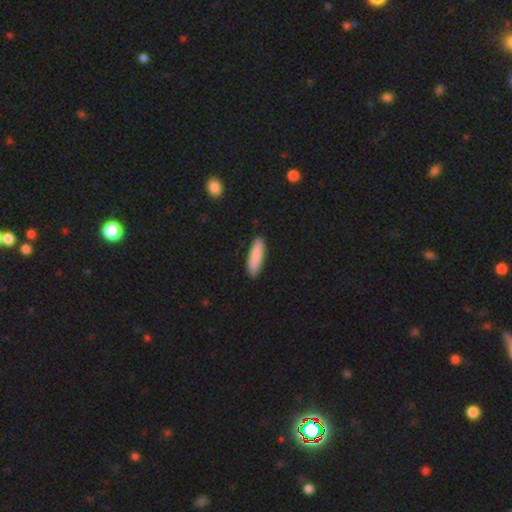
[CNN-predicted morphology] The model was most divided on "how rounded": cigar-shaped: 62%, in between: 36%, round: 1%. More confident: merging — none (89%); smooth or featured — smooth (88%).